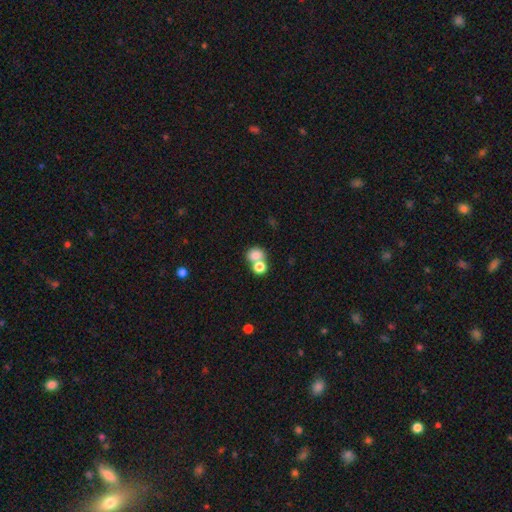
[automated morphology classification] Smooth or featured: smooth — 78% (star or artifact — 11%)
How rounded: round — 65% (in between — 34%)
Merging: merger — 51% (none — 38%)